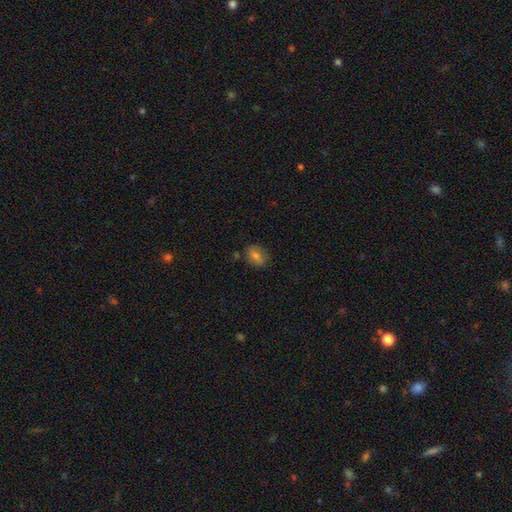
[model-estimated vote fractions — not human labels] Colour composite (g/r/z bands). It shows a smooth galaxy with no disk features (71%) that is in between round and cigar-shaped (64%). Merging: none (79%).